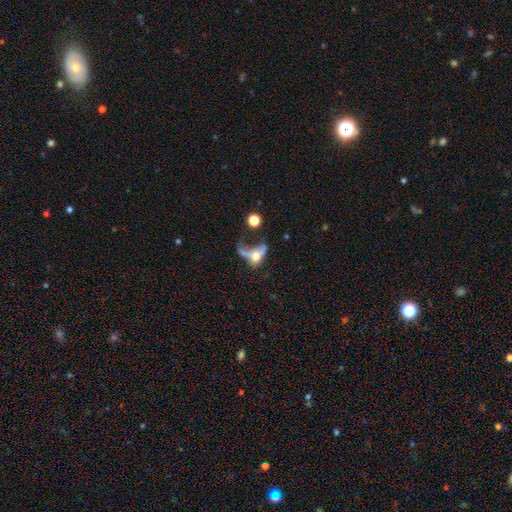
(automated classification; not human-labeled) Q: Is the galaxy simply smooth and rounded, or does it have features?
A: smooth — 45%.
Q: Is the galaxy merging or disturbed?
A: major disturbance — 45%.